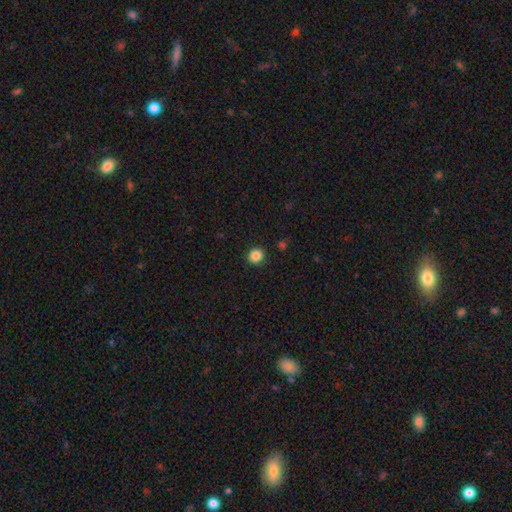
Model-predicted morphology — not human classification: smooth_or_featured: smooth (p=0.86) [alt: star or artifact p=0.11]
how_rounded: round (p=0.89) [alt: in between p=0.10]
merging: none (p=0.92) [alt: minor disturbance p=0.05]